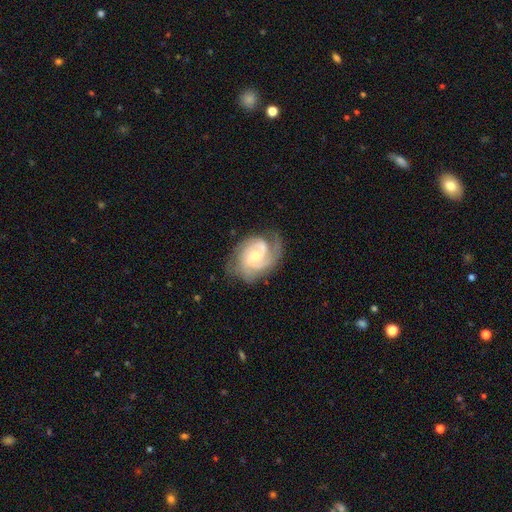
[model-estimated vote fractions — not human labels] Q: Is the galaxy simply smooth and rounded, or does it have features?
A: featured or disk — 88%.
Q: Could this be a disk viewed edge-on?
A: no — 98%.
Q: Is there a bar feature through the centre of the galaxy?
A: no — 58%.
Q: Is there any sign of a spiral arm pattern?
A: yes — 97%.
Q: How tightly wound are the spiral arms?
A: tight — 53%.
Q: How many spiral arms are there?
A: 2 — 44%.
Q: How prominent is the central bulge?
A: small — 55%.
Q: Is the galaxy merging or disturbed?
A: none — 68%.